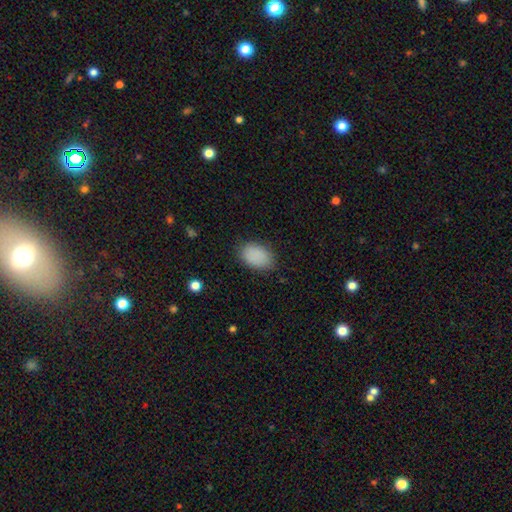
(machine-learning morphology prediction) smooth-or-featured: smooth: 88% | star or artifact: 8% | featured or disk: 4%
  how-rounded: in between: 88% | round: 11% | cigar-shaped: 1%
  merging: none: 83% | minor disturbance: 13% | major disturbance: 3% | merger: 1%